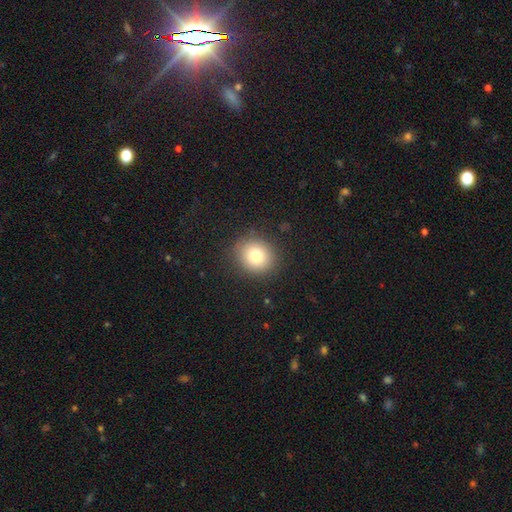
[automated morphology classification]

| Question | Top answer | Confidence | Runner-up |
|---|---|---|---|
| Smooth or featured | smooth | 77% | star or artifact (12%) |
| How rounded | round | 84% | in between (15%) |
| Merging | none | 88% | minor disturbance (8%) |